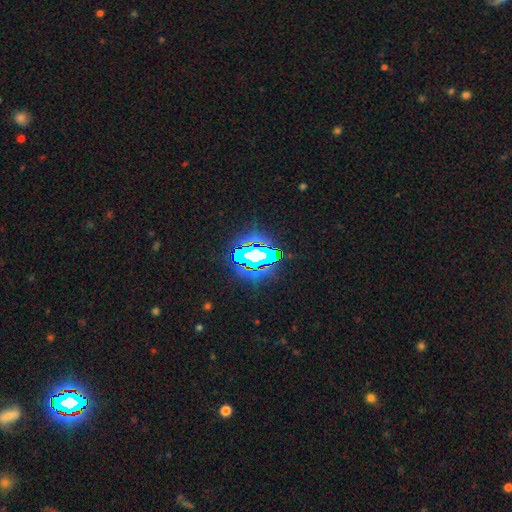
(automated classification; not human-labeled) Q: Smooth or featured?
A: star or artifact (64%); runner-up: smooth (19%)